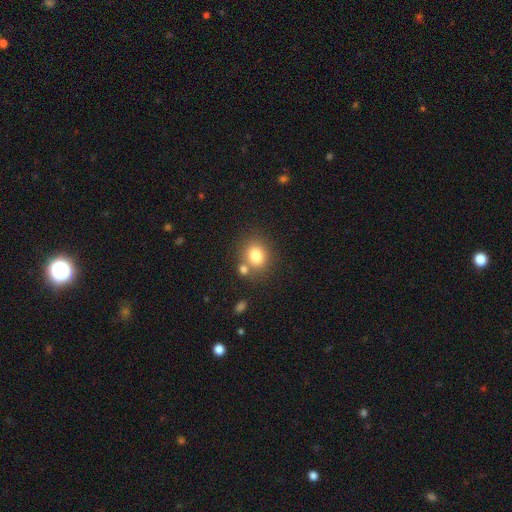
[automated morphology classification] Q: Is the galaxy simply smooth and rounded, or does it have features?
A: smooth — 80%.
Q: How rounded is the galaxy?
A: round — 65%.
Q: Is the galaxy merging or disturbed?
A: none — 65%.